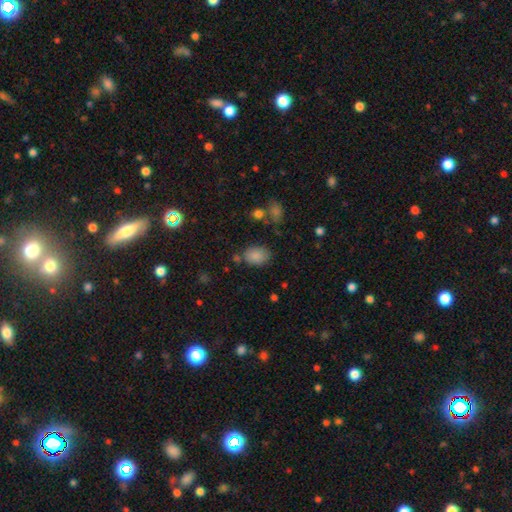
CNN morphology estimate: Smooth or featured? Predicted: smooth (p=0.85). How rounded? Predicted: in between (p=0.66). Merging? Predicted: none (p=0.71).